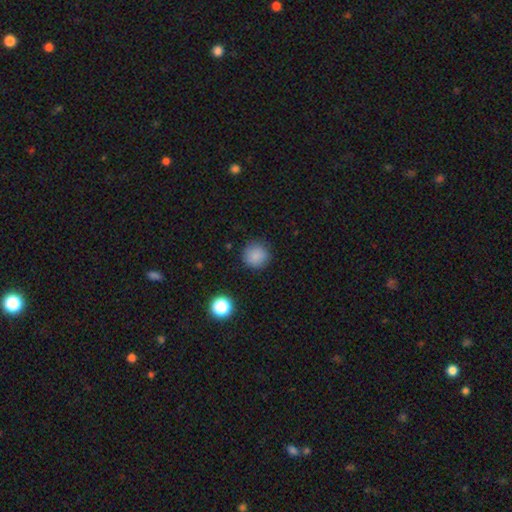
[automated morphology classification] smooth-or-featured: smooth: 85% | star or artifact: 11% | featured or disk: 4%
  how-rounded: round: 94% | in between: 5% | cigar-shaped: 1%
  merging: none: 88% | minor disturbance: 8% | major disturbance: 3% | merger: 1%